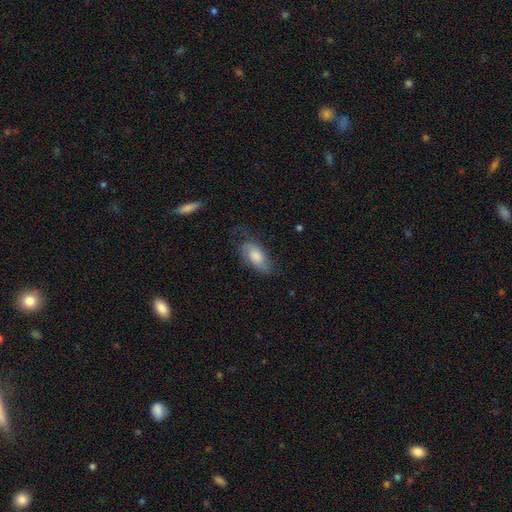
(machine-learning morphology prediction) smooth-or-featured: smooth: 59% | featured or disk: 33% | star or artifact: 8%
  how-rounded: in between: 87% | cigar-shaped: 9% | round: 5%
  merging: none: 58% | minor disturbance: 28% | major disturbance: 13% | merger: 2%